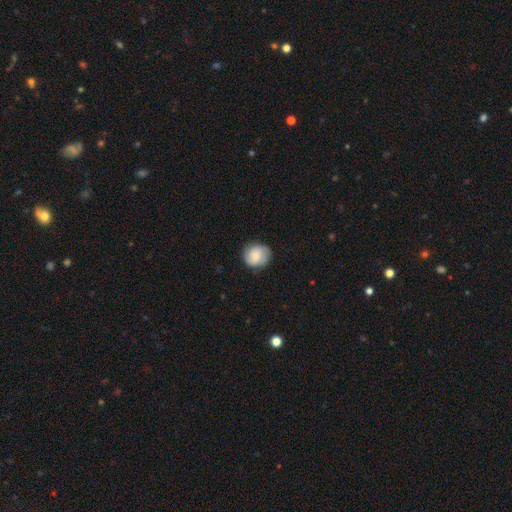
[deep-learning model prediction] A smooth galaxy with no disk features (66%) that is round (87%).

Vote fractions:
- Smooth or featured? smooth: 66% / featured or disk: 27% / star or artifact: 7%
- How rounded? round: 87% / in between: 12% / cigar-shaped: 1%
- Merging? none: 82% / minor disturbance: 14% / major disturbance: 3% / merger: 1%